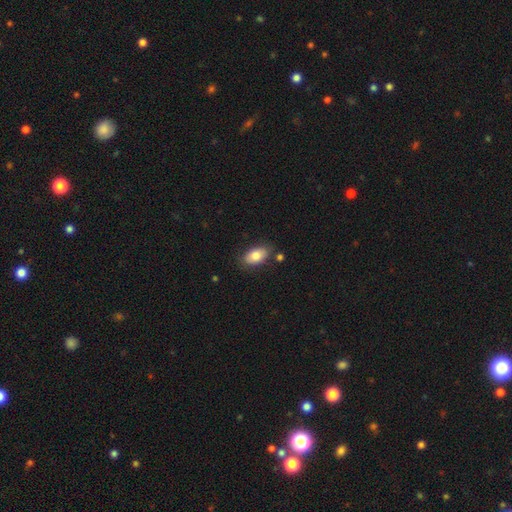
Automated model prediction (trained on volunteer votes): A smooth galaxy with no disk features (81%) that is in between round and cigar-shaped (92%). Merging: none (80%).